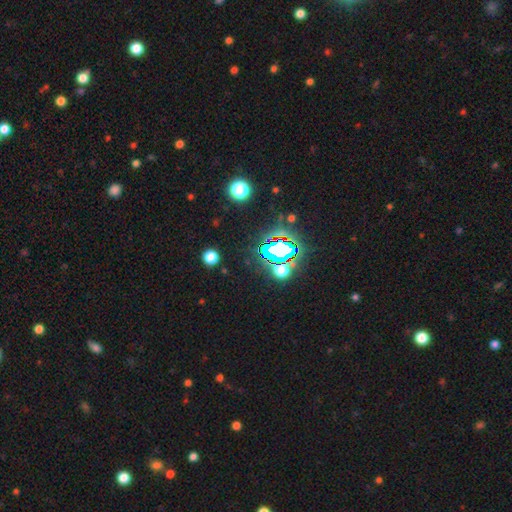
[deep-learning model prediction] smooth-or-featured: star or artifact: 79% | smooth: 13% | featured or disk: 8%